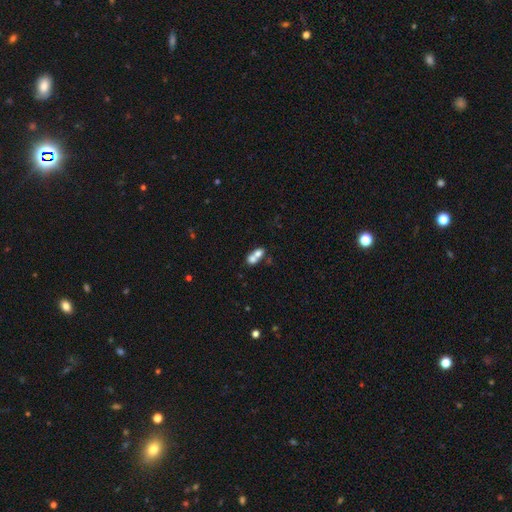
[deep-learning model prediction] The model was most divided on "how rounded": in between: 60%, round: 37%, cigar-shaped: 3%. More confident: merging — merger (72%); smooth or featured — smooth (70%).